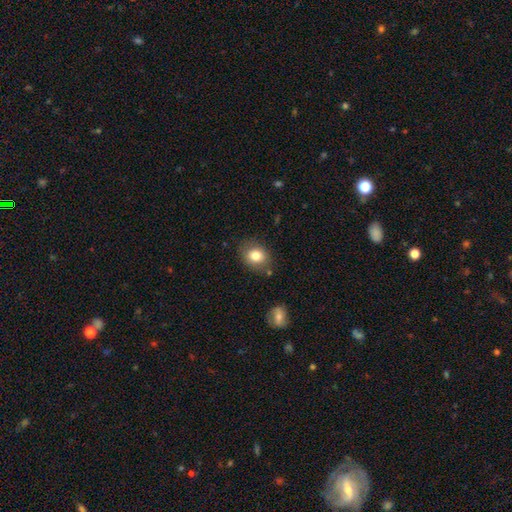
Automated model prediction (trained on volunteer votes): A smooth galaxy with no disk features (80%) that is round (58%).

Vote fractions:
- Smooth or featured? smooth: 80% / star or artifact: 10% / featured or disk: 10%
- How rounded? round: 58% / in between: 41% / cigar-shaped: 1%
- Merging? none: 79% / minor disturbance: 14% / merger: 4% / major disturbance: 4%